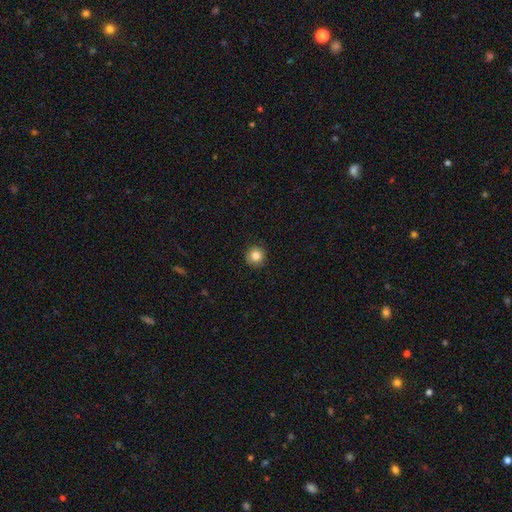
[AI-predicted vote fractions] Overall: smooth (84%). How rounded: round (95%). Merging: none (91%).